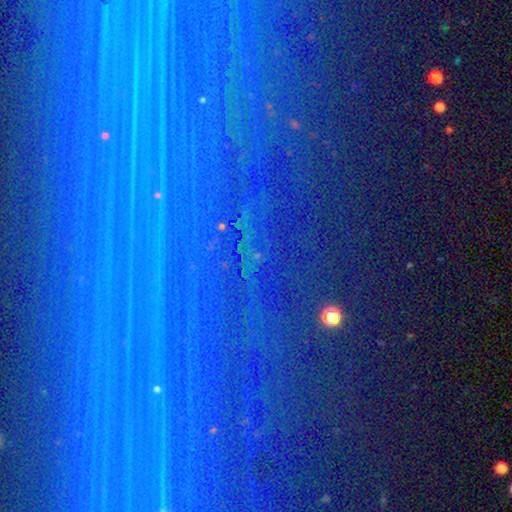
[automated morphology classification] type=star or artifact (84%).